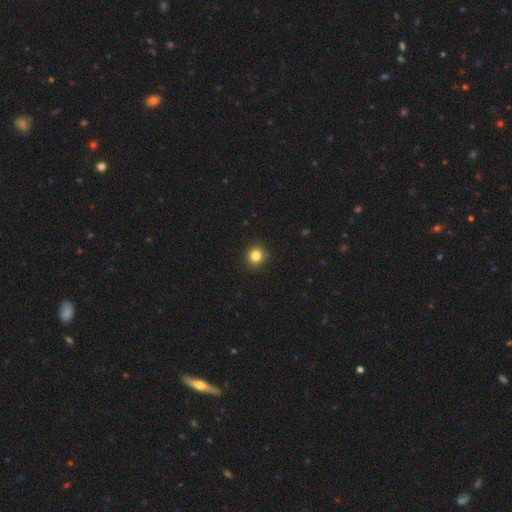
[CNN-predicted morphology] Smooth or featured? smooth (83%)
How rounded? round (90%)
Merging? none (90%)